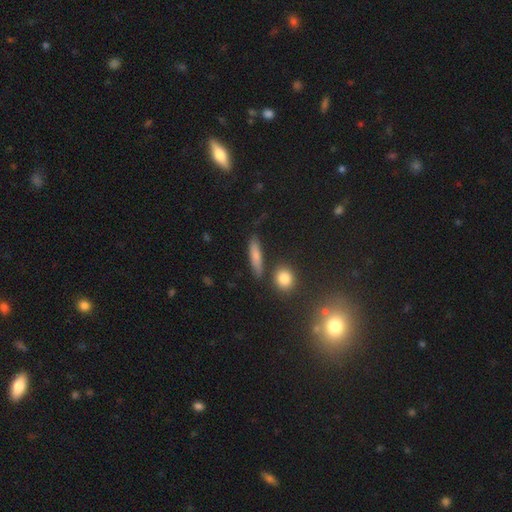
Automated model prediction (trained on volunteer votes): A smooth galaxy with no disk features (73%) that is cigar-shaped (73%). Merging: none (79%).